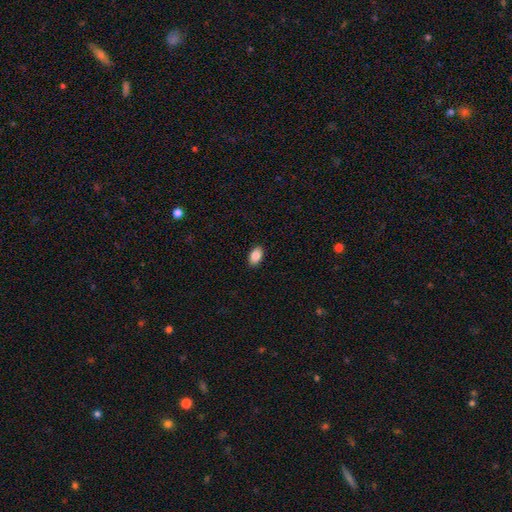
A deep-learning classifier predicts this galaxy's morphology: Smooth or featured? Predicted: smooth (p=0.87). How rounded? Predicted: in between (p=0.91). Merging? Predicted: none (p=0.89).